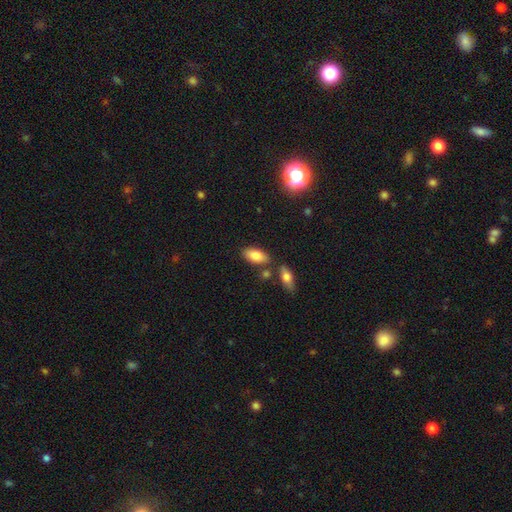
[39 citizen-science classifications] smooth 72%, featured or disk 18%, star or artifact 10%. Down the decision tree: how rounded — in between (86%); merging — none (57%).